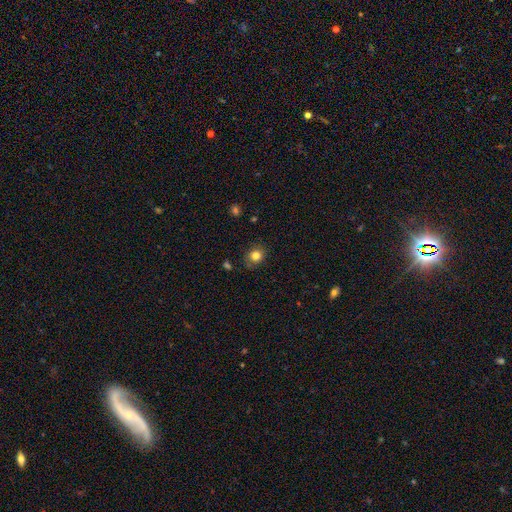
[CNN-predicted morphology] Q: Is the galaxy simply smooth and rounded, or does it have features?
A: smooth — 81%.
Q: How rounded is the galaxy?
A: round — 71%.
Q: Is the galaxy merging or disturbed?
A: none — 80%.